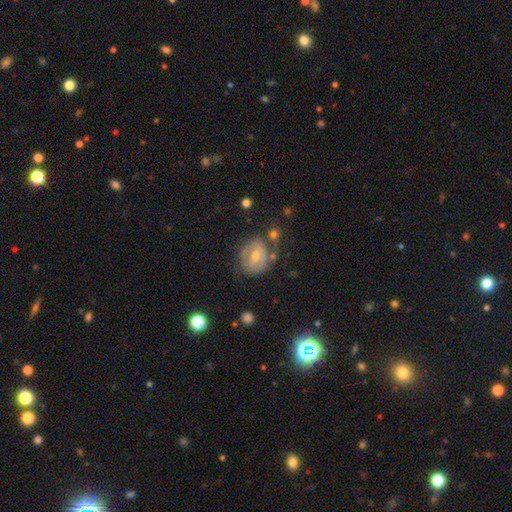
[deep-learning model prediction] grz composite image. It shows a featured or disk galaxy (52%). Merging: none (54%).